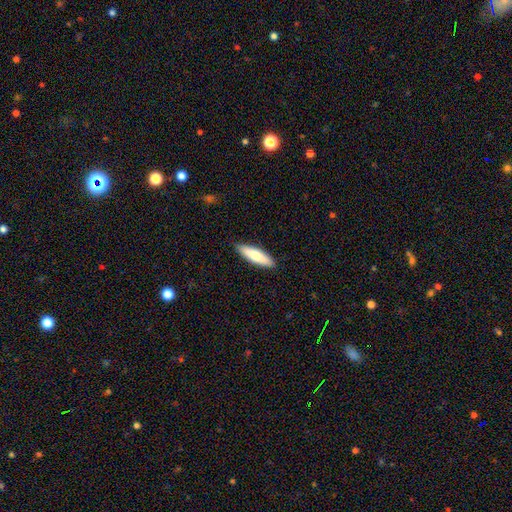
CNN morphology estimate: Overall: smooth (72%). How rounded: cigar-shaped (59%; in between 39%). Merging: none (89%).